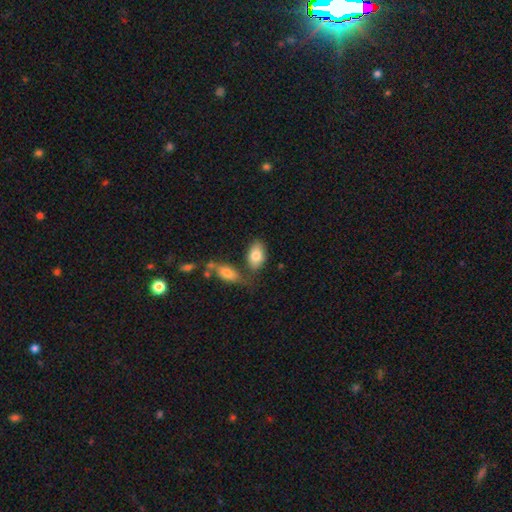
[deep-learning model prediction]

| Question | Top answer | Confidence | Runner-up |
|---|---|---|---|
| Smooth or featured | smooth | 80% | featured or disk (13%) |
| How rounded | in between | 91% | round (7%) |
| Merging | none | 60% | merger (19%) |